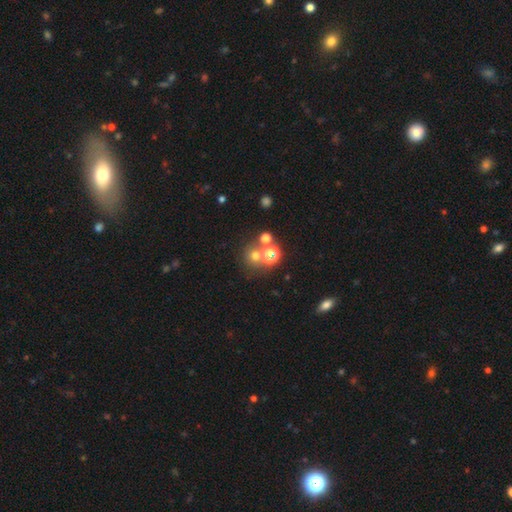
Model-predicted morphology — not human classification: Q: Smooth or featured?
A: smooth (61%); runner-up: star or artifact (28%)
Q: How rounded?
A: round (87%); runner-up: in between (12%)
Q: Merging?
A: none (62%); runner-up: merger (26%)